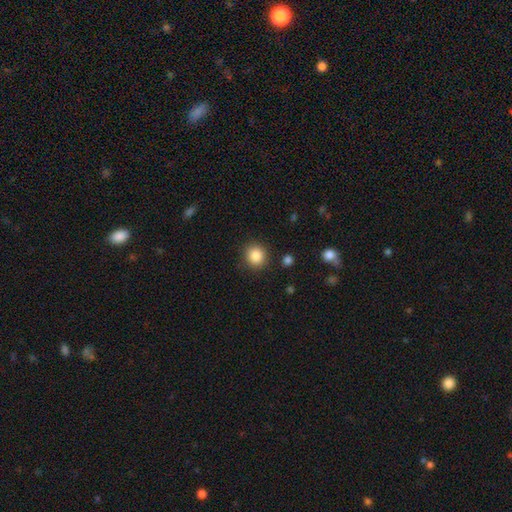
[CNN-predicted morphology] smooth-or-featured: smooth: 86% | star or artifact: 10% | featured or disk: 4%
  how-rounded: round: 90% | in between: 9% | cigar-shaped: 1%
  merging: none: 88% | minor disturbance: 7% | major disturbance: 3% | merger: 2%